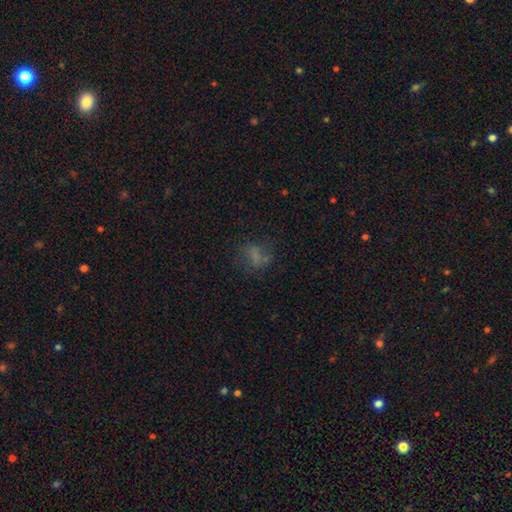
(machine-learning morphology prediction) Smooth or featured: smooth — 54% (featured or disk — 25%)
How rounded: in between — 51% (round — 47%)
Merging: none — 58% (minor disturbance — 20%)